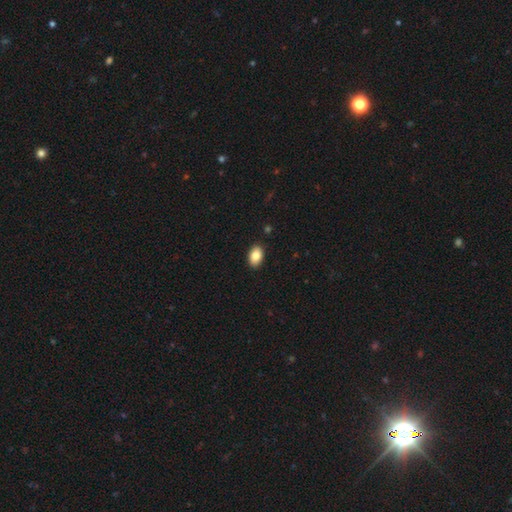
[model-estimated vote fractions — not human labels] smooth-or-featured: smooth: 84% | featured or disk: 8% | star or artifact: 7%
  how-rounded: in between: 90% | round: 9% | cigar-shaped: 1%
  merging: none: 90% | minor disturbance: 7% | major disturbance: 2% | merger: 1%